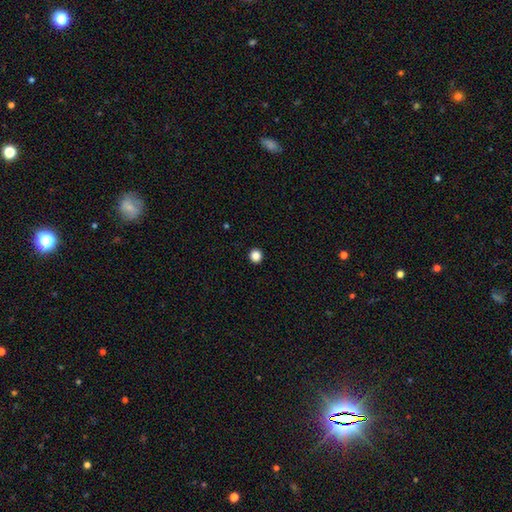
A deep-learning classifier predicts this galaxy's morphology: smooth_or_featured: smooth (p=0.87) [alt: star or artifact p=0.11]
how_rounded: round (p=0.93) [alt: in between p=0.06]
merging: none (p=0.94) [alt: minor disturbance p=0.04]